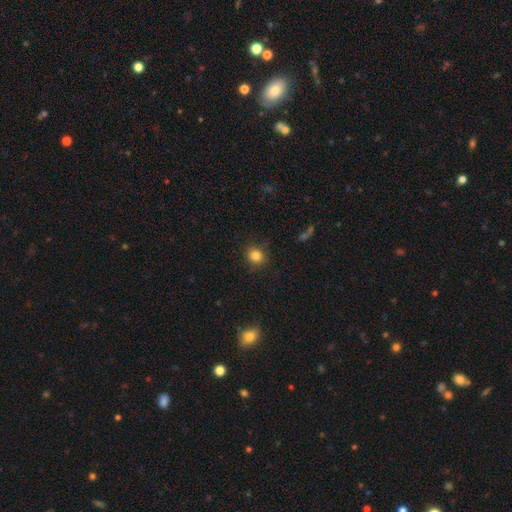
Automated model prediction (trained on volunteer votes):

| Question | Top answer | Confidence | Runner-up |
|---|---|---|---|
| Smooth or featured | smooth | 84% | star or artifact (11%) |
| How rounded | round | 86% | in between (13%) |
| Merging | none | 88% | minor disturbance (8%) |